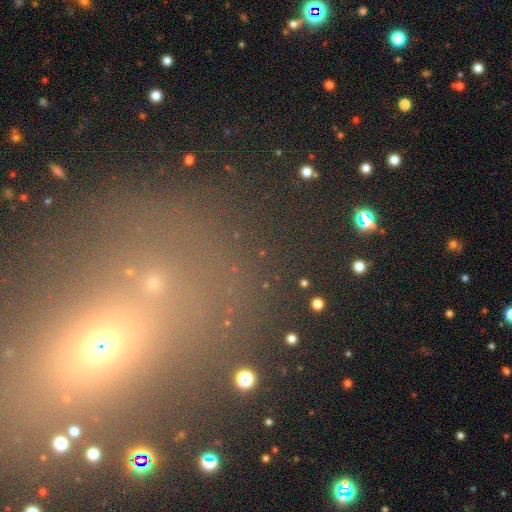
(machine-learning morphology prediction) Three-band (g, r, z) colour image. It shows a star or artifact, not a galaxy (58%).